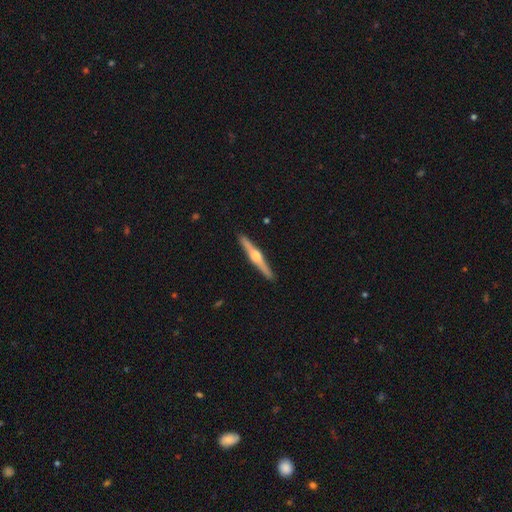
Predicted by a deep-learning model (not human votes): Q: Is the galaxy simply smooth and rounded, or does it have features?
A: featured or disk — 77%.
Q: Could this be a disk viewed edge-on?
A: yes — 98%.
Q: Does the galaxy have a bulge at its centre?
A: rounded — 94%.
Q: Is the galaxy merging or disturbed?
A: none — 92%.